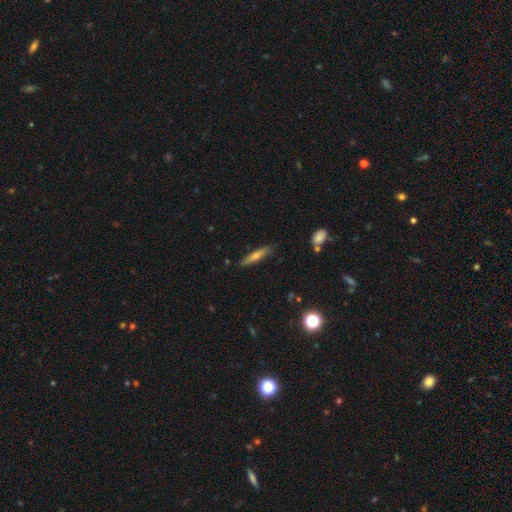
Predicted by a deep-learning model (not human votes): This is possibly a smooth galaxy (48%). Merging: clearly none (86%).